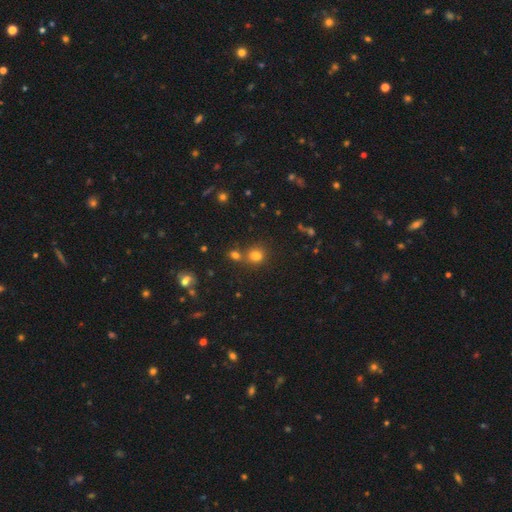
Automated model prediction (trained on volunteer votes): The model was most divided on "merging": none: 60%, merger: 26%, minor disturbance: 10%, major disturbance: 4%. More confident: how rounded — round (75%); smooth or featured — smooth (74%).